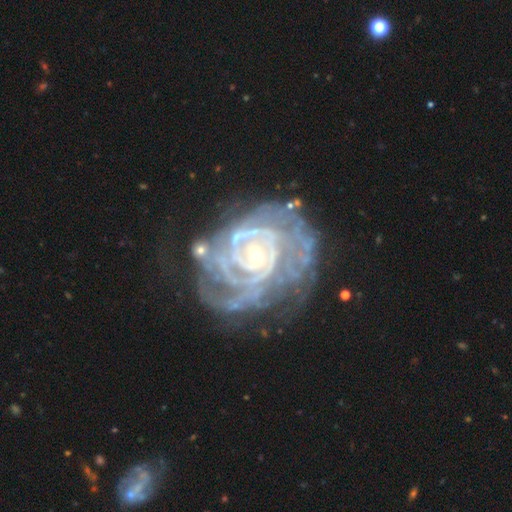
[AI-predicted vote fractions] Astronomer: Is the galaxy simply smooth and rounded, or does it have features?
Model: featured or disk — 90%.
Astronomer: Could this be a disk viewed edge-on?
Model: no — 97%.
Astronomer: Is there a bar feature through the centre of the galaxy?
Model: no — 48% (runner-up: weak, 35%).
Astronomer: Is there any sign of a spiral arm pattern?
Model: yes — 96%.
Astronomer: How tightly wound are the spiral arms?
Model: tight — 77%.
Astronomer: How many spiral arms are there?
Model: can't tell — 34% (runner-up: 2, 20%).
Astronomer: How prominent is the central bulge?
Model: small — 55% (runner-up: moderate, 40%).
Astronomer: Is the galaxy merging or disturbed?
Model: none — 57%.